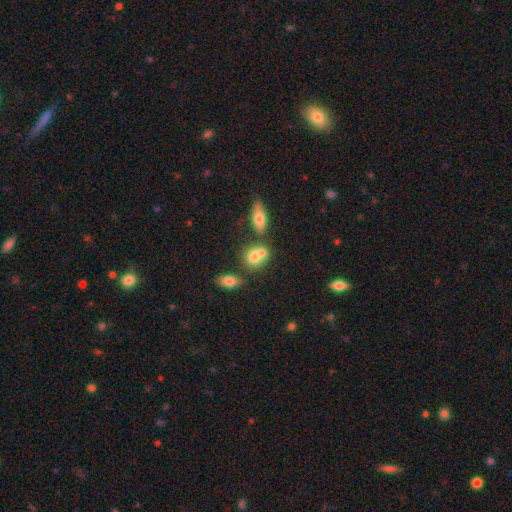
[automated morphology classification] A smooth galaxy with no disk features (74%) that is round (56%). Merging: merger (54%).